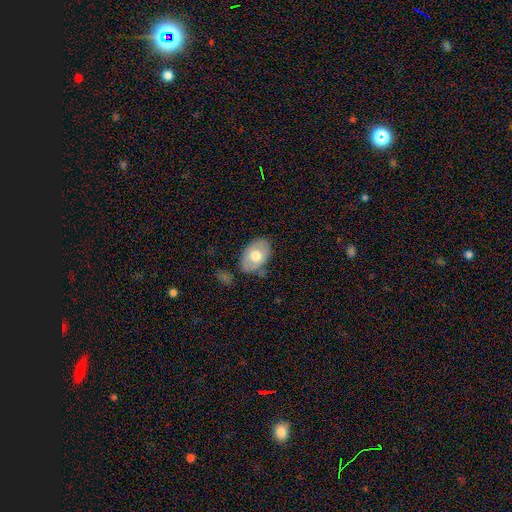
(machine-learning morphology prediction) This appears to be a smooth galaxy with no disk features (63%) that is in between round and cigar-shaped (87%). Merging: none (72%).